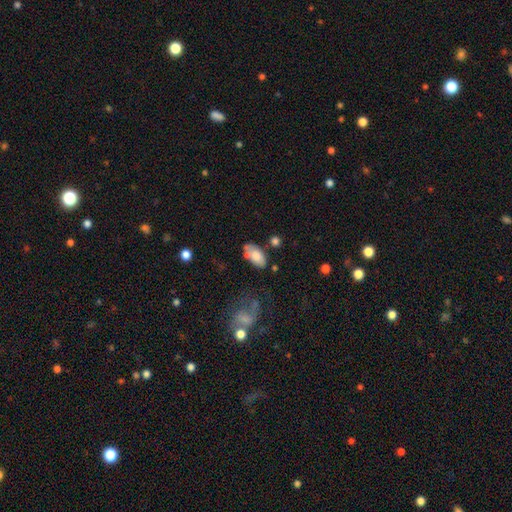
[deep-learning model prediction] Smooth or featured: smooth — 78% (featured or disk — 15%)
How rounded: in between — 93% (round — 3%)
Merging: none — 58% (minor disturbance — 23%)